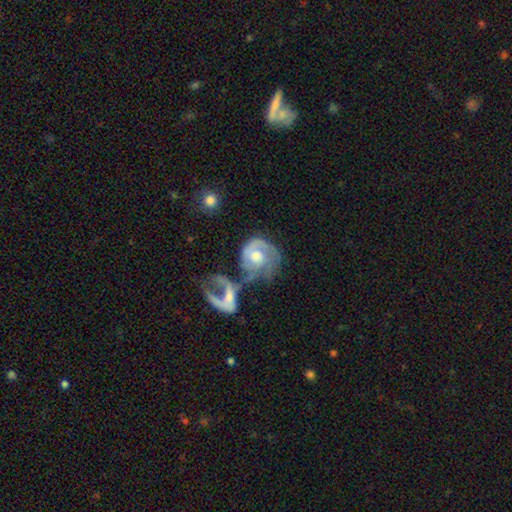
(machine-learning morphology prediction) A featured or disk galaxy (77%) with no bar (73%), 2 (37%) tight (46%) spiral arms (86%) and a moderate central bulge (69%).

Vote fractions:
- Smooth or featured? featured or disk: 77% / smooth: 18% / star or artifact: 6%
- Edge-on disk? no: 97% / yes: 3%
- Bar? no: 73% / weak: 22% / strong: 5%
- Spiral arms? yes: 86% / no: 14%
- Spiral winding? tight: 46% / medium: 34% / loose: 20%
- Spiral arm count? 2: 37% / 1: 31% / can't tell: 20% / 3: 7% / 4: 2% / more than 4: 2%
- Bulge size? moderate: 69% / small: 17% / large: 10% / none: 3% / dominant: 1%
- Merging? merger: 46% / major disturbance: 22% / none: 21% / minor disturbance: 12%